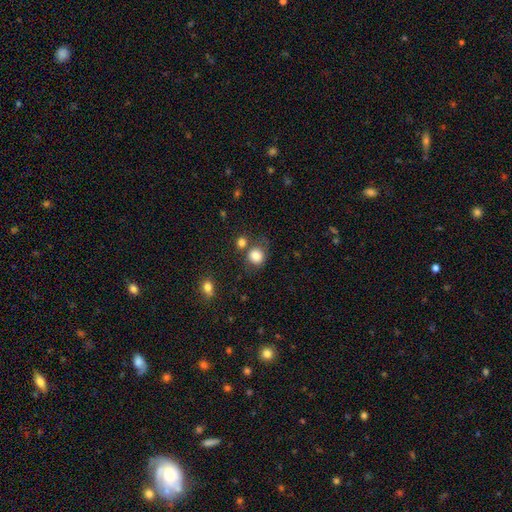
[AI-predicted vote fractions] smooth 84%, star or artifact 10%, featured or disk 6%. Down the decision tree: how rounded — round (82%); merging — none (64%).